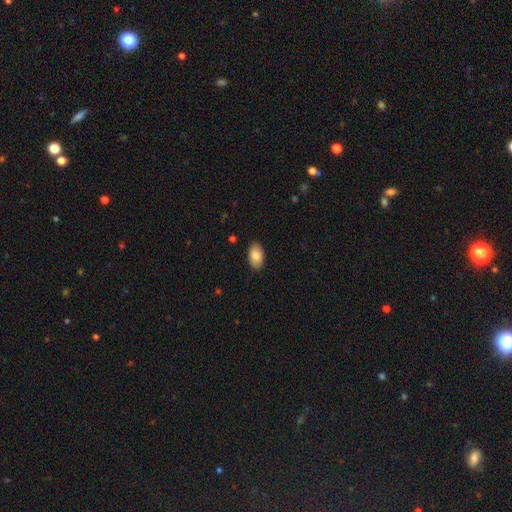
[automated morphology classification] This is clearly a smooth galaxy (86%). How rounded: clearly in between (94%). Merging: clearly none (88%).